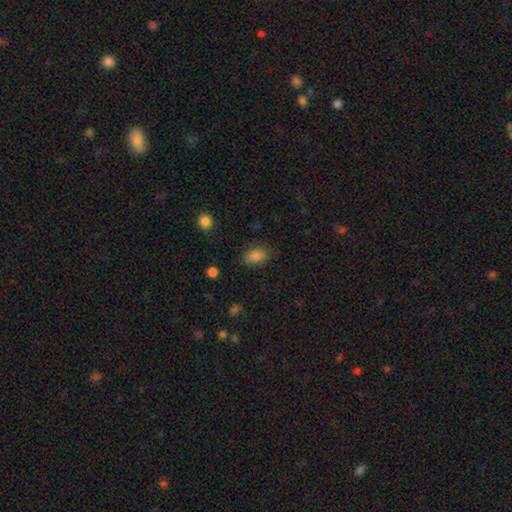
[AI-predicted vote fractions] Smooth or featured: smooth — 83% (star or artifact — 10%)
How rounded: in between — 86% (round — 12%)
Merging: none — 78% (minor disturbance — 17%)